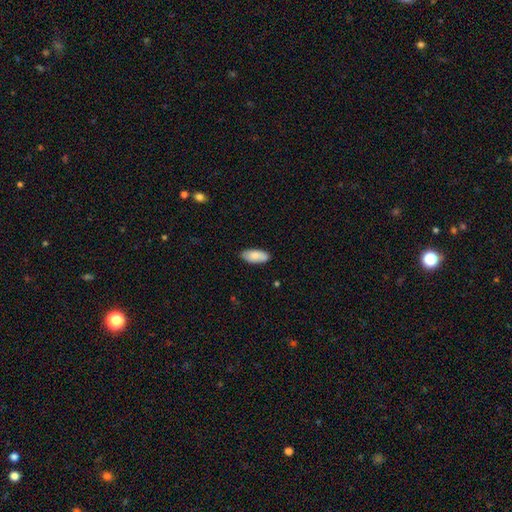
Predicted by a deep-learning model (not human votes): smooth 83%, featured or disk 11%, star or artifact 6%. Down the decision tree: how rounded — in between (88%); merging — none (84%).